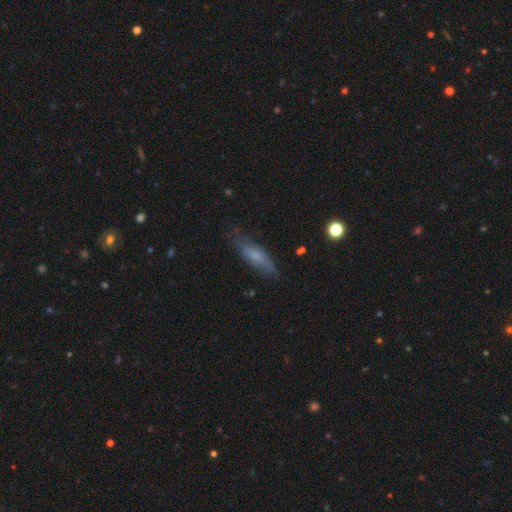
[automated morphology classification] Smooth or featured? smooth (57%)
How rounded? cigar-shaped (68%)
Merging? none (75%)